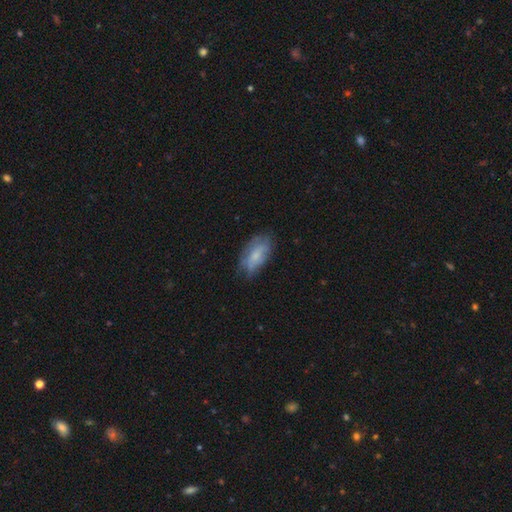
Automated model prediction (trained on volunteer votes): This appears to be a smooth galaxy with no disk features (62%) that is in between round and cigar-shaped (89%). Merging: none (60%).